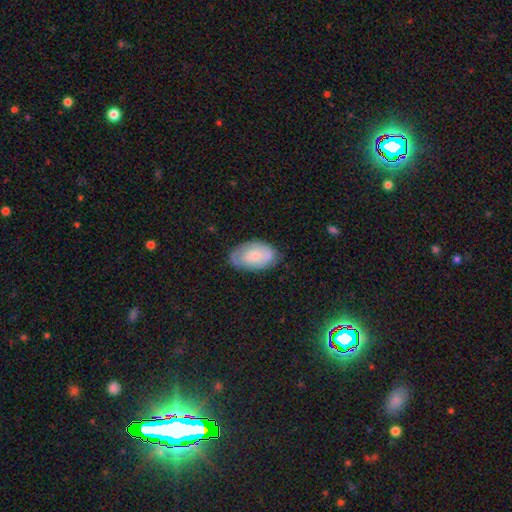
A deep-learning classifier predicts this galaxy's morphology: smooth-or-featured: smooth: 58% | featured or disk: 36% | star or artifact: 7%
  how-rounded: in between: 92% | round: 6% | cigar-shaped: 1%
  merging: none: 71% | minor disturbance: 22% | major disturbance: 6% | merger: 1%